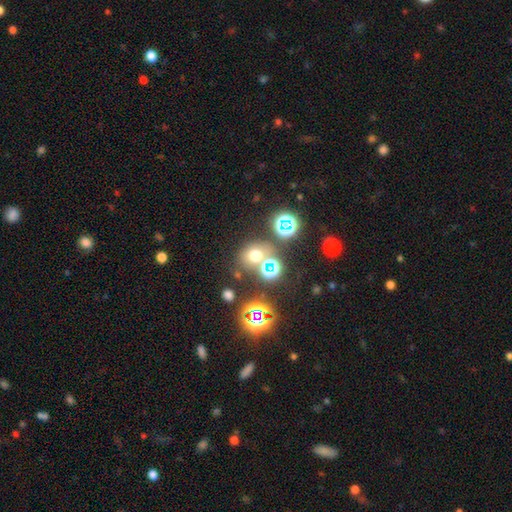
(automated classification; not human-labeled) Morphology: type=smooth (56%); roundness=round (65%); merging=none (61%).